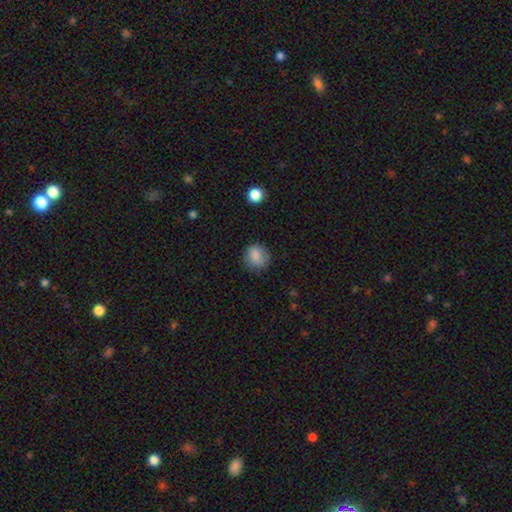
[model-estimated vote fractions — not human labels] Q: Smooth or featured?
A: smooth (85%); runner-up: star or artifact (9%)
Q: How rounded?
A: round (82%); runner-up: in between (17%)
Q: Merging?
A: none (77%); runner-up: minor disturbance (17%)